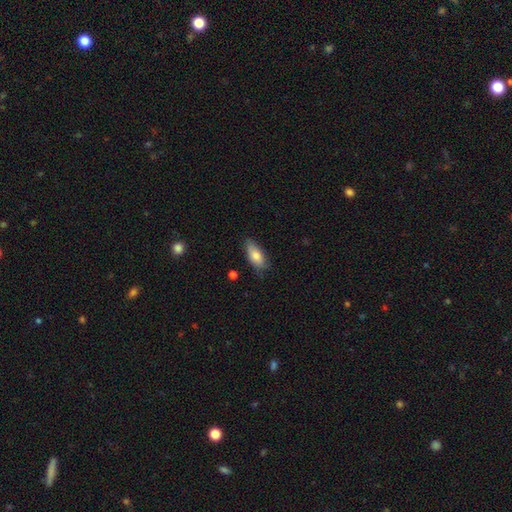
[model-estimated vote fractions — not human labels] This is likely a smooth galaxy (79%). How rounded: clearly in between (83%). Merging: likely none (71%).